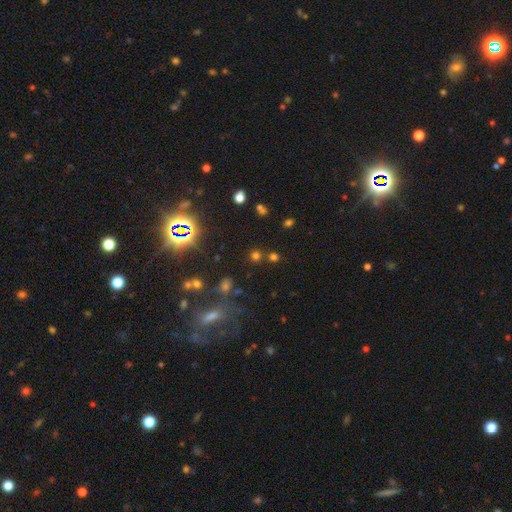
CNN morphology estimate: Smooth or featured? Predicted: smooth (p=0.55). How rounded? Predicted: round (p=0.89). Merging? Predicted: none (p=0.79).